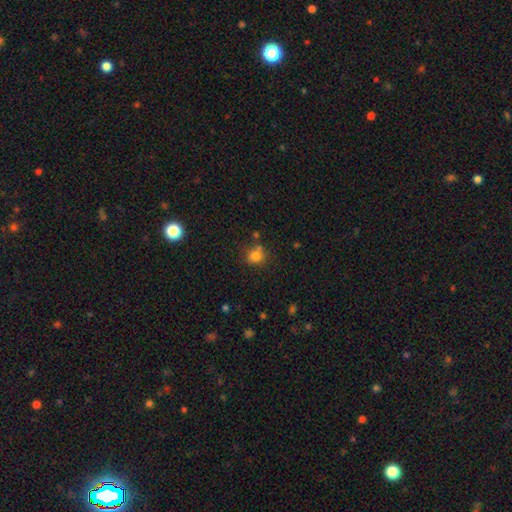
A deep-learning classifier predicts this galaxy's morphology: Overall: smooth (79%). How rounded: round (80%). Merging: none (67%).